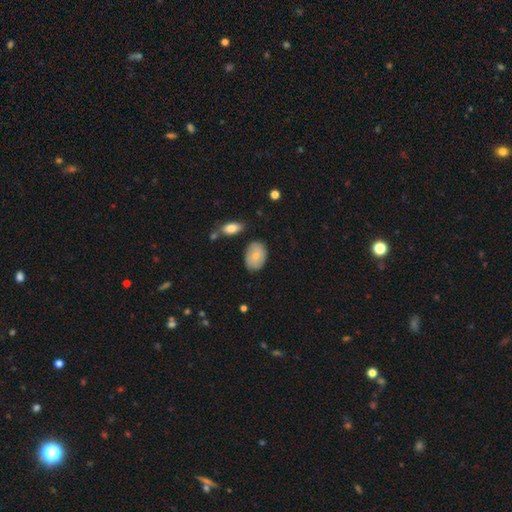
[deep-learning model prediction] A smooth galaxy with no disk features (76%) that is in between round and cigar-shaped (81%).

Vote fractions:
- Smooth or featured? smooth: 76% / featured or disk: 17% / star or artifact: 7%
- How rounded? in between: 81% / round: 17% / cigar-shaped: 1%
- Merging? none: 76% / minor disturbance: 17% / major disturbance: 4% / merger: 3%